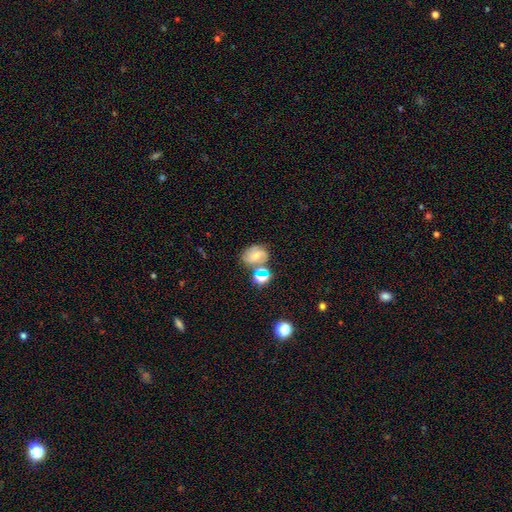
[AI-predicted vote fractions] The model was most divided on "smooth or featured": featured or disk: 49%, smooth: 35%, star or artifact: 16%. Remaining: merging — none (48%).